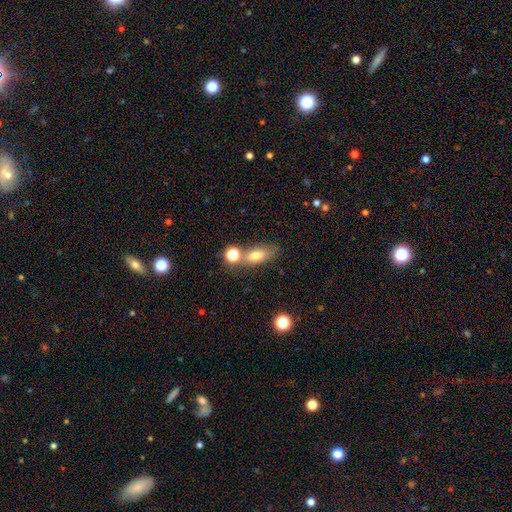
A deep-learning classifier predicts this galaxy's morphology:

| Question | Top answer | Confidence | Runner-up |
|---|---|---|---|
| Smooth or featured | smooth | 73% | featured or disk (16%) |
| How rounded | in between | 72% | cigar-shaped (18%) |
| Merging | none | 53% | merger (25%) |